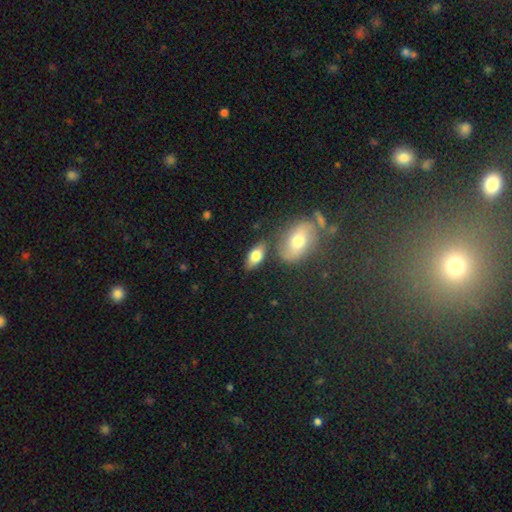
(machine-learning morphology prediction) Smooth or featured?
  - smooth: 73% *
  - featured or disk: 20%
  - star or artifact: 7%
How rounded?
  - in between: 87% *
  - cigar-shaped: 8%
  - round: 5%
Merging?
  - none: 73% *
  - minor disturbance: 13%
  - merger: 11%
  - major disturbance: 4%